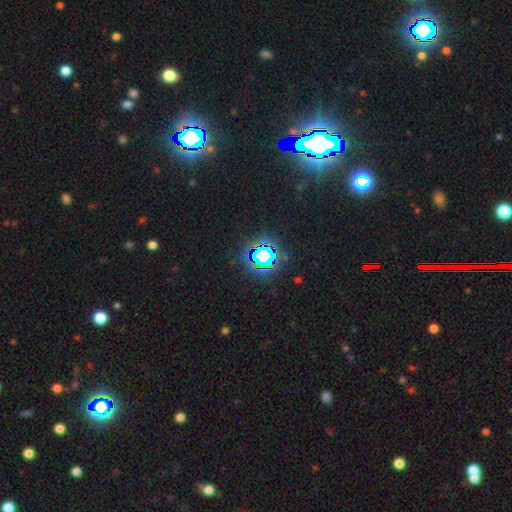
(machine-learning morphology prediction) smooth-or-featured: star or artifact: 82% | smooth: 11% | featured or disk: 7%